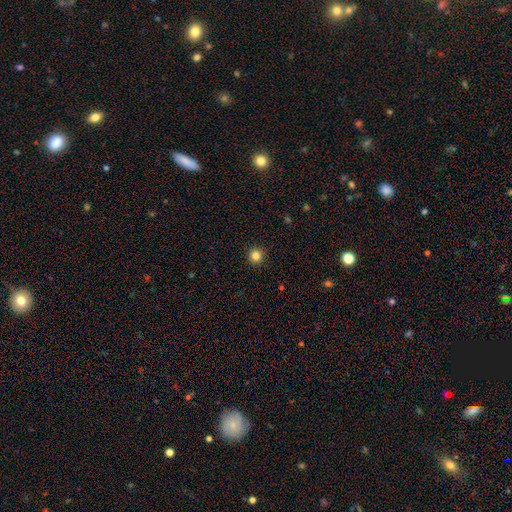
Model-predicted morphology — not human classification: A smooth galaxy with no disk features (84%) that is round (96%).

Vote fractions:
- Smooth or featured? smooth: 84% / star or artifact: 12% / featured or disk: 4%
- How rounded? round: 96% / in between: 3% / cigar-shaped: 1%
- Merging? none: 93% / minor disturbance: 5% / major disturbance: 2% / merger: 1%